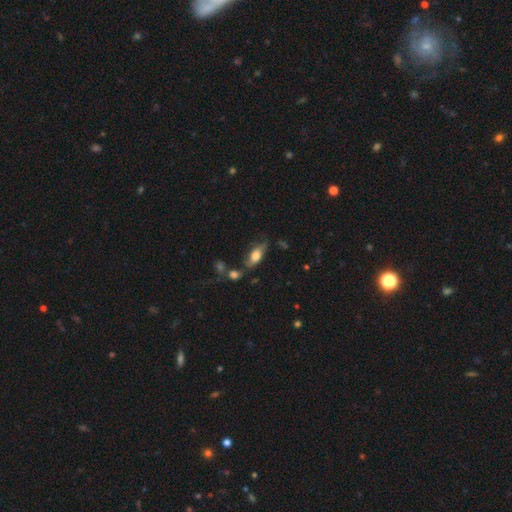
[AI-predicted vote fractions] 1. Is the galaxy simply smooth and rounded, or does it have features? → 65% smooth, 28% featured or disk, 8% star or artifact.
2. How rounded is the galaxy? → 82% in between, 14% cigar-shaped, 4% round.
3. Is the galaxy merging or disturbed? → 56% none, 24% minor disturbance, 10% major disturbance, 10% merger.